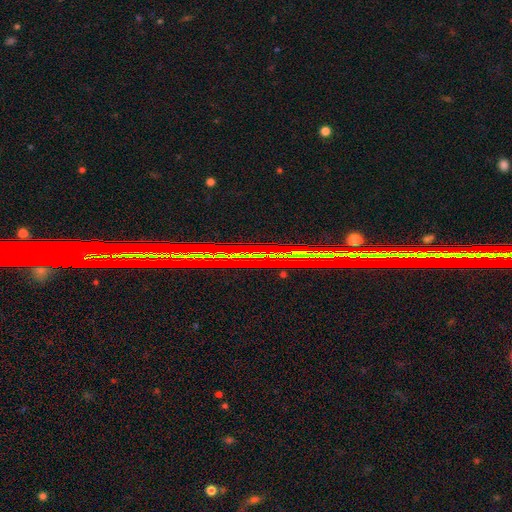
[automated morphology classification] The model was most divided on "smooth or featured": star or artifact: 73%, featured or disk: 16%, smooth: 11%.